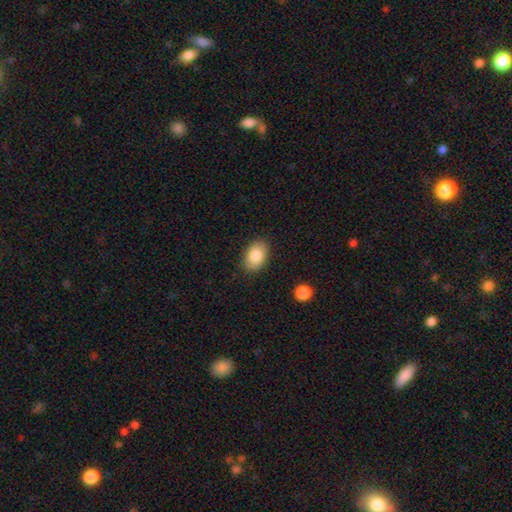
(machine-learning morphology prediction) type=smooth (85%); roundness=in between (89%); merging=none (86%).